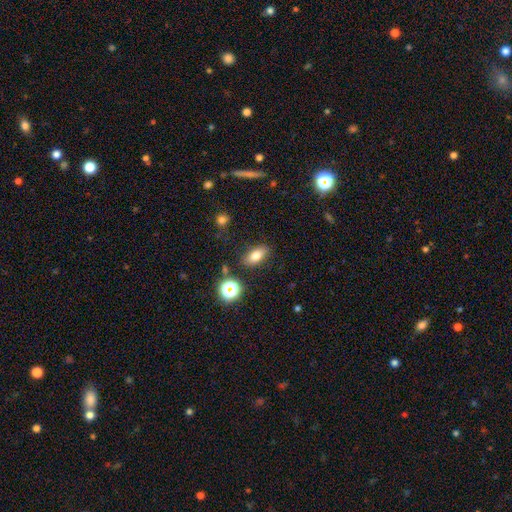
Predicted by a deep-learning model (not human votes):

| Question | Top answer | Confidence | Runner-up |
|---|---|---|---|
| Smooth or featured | smooth | 73% | star or artifact (14%) |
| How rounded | in between | 81% | round (10%) |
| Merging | none | 84% | minor disturbance (10%) |